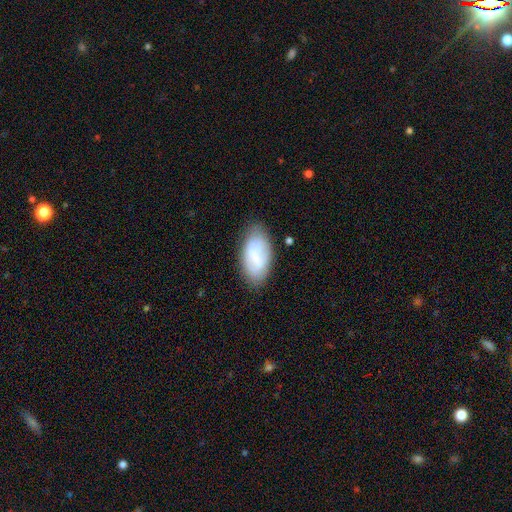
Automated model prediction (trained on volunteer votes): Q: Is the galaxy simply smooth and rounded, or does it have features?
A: smooth — 52%.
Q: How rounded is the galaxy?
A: in between — 93%.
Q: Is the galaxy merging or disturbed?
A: none — 77%.